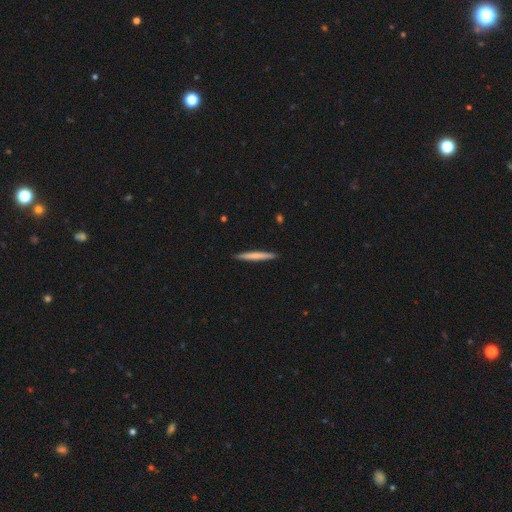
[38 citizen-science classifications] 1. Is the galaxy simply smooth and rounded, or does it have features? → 55% smooth, 37% featured or disk, 8% star or artifact.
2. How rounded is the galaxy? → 90% cigar-shaped, 5% round, 5% in between.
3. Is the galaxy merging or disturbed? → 94% none, 3% major disturbance, 3% merger, 0% minor disturbance.